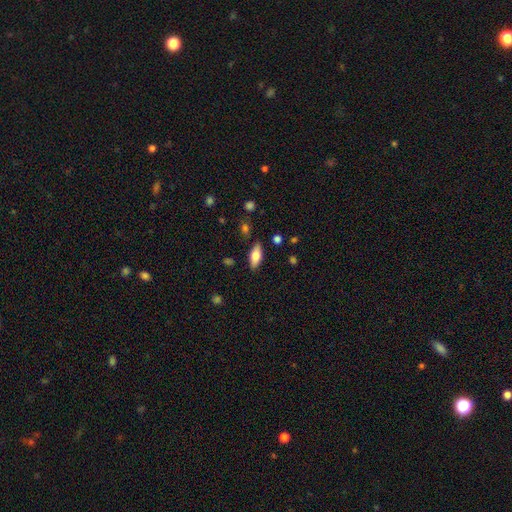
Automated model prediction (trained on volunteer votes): Smooth or featured? Predicted: smooth (p=0.68). How rounded? Predicted: in between (p=0.80). Merging? Predicted: none (p=0.84).